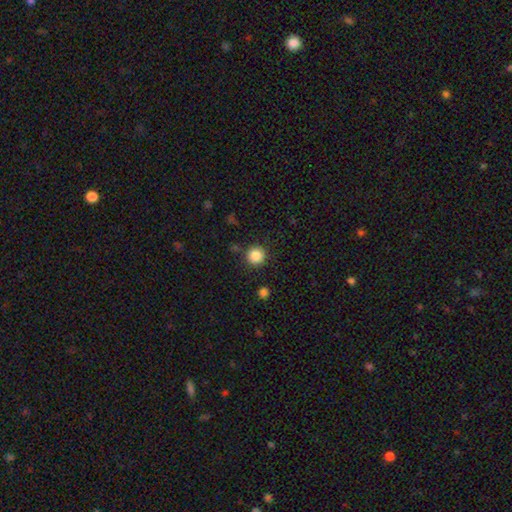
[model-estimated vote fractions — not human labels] Smooth or featured? Predicted: smooth (p=0.86). How rounded? Predicted: round (p=0.95). Merging? Predicted: none (p=0.88).